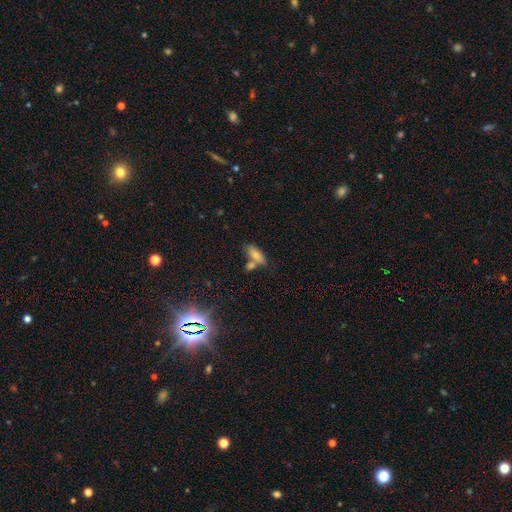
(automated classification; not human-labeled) Smooth or featured? smooth (75%)
How rounded? in between (75%)
Merging? none (49%)